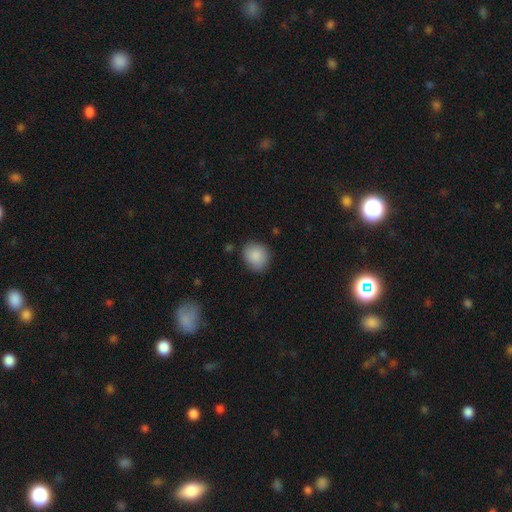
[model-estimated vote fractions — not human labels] Morphology: type=smooth (88%); roundness=round (69%); merging=none (81%).